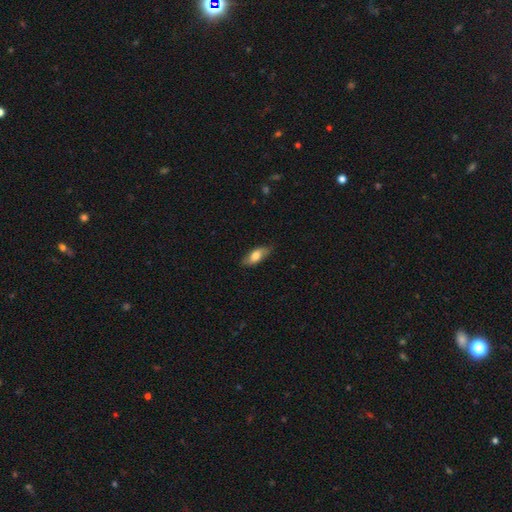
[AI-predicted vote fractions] smooth 70%, featured or disk 23%, star or artifact 6%. Down the decision tree: how rounded — in between (81%); merging — none (82%).